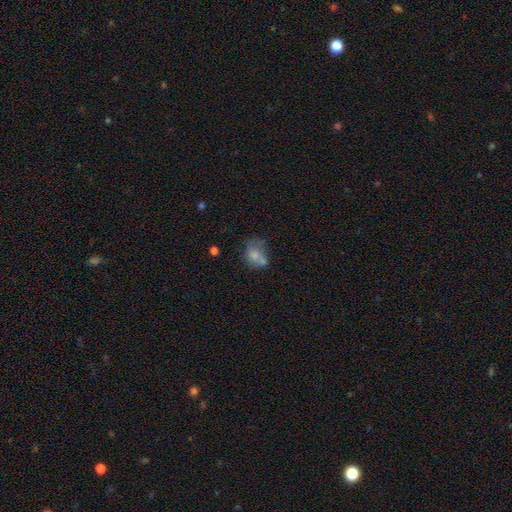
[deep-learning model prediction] Overall: smooth (68%). How rounded: in between (54%; round 45%). Merging: merger (34%; none 33%).